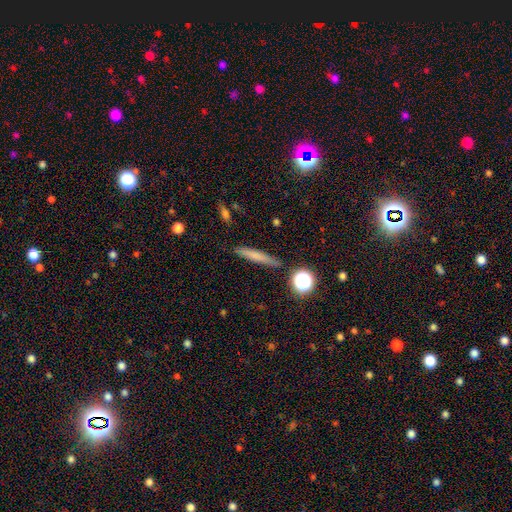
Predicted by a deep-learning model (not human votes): A smooth galaxy with no disk features (69%) that is cigar-shaped (90%). Merging: none (87%).